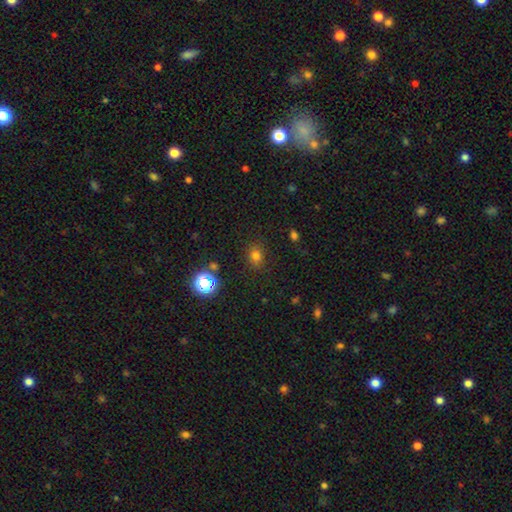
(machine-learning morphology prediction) A smooth galaxy with no disk features (73%) that is round (55%). Merging: none (83%).